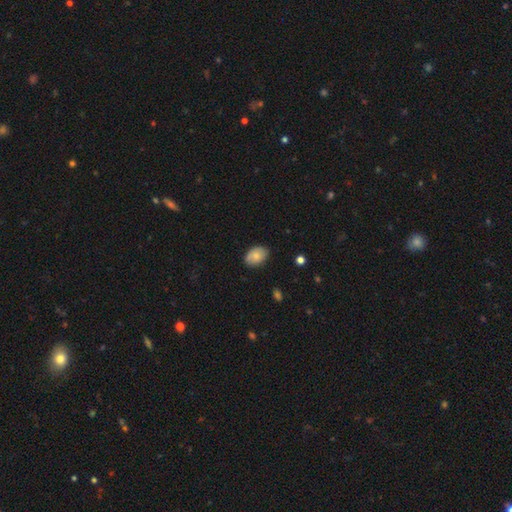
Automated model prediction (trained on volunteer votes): A smooth galaxy with no disk features (77%) that is in between round and cigar-shaped (84%). Merging: none (81%).